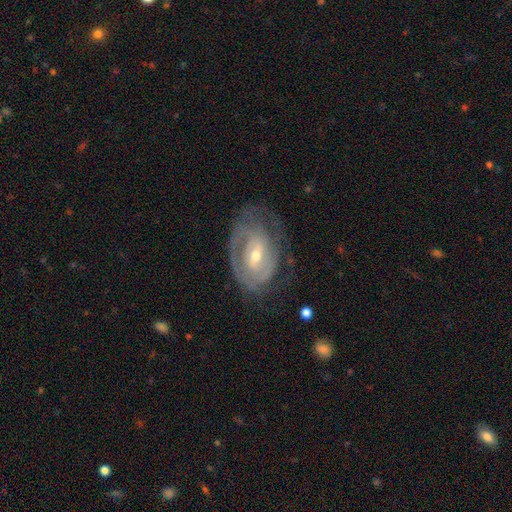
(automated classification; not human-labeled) Morphology: type=featured or disk (80%); edge-on=no (95%); bar=weak (45%); spiral arms=yes (82%); winding=tight (63%); arm count=can't tell (37%); bulge=moderate (50%); merging=none (57%).